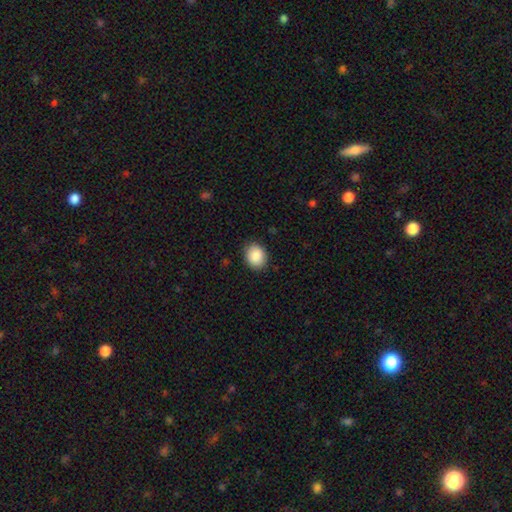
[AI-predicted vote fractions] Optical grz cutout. It shows a smooth galaxy with no disk features (88%) that is round (56%). Merging: none (87%).